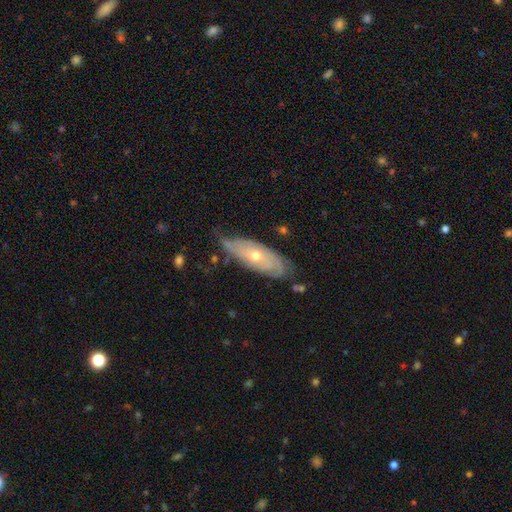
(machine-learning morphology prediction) type=featured or disk (71%); edge-on=no (81%); bar=no (80%); spiral arms=yes (84%); bulge=small (50%); merging=none (65%).